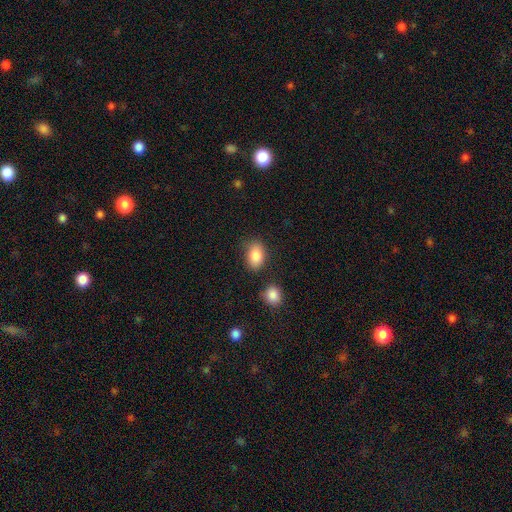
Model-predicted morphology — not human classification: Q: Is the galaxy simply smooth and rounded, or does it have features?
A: smooth — 85%.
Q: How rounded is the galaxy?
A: in between — 83%.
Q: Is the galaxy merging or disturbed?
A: none — 74%.